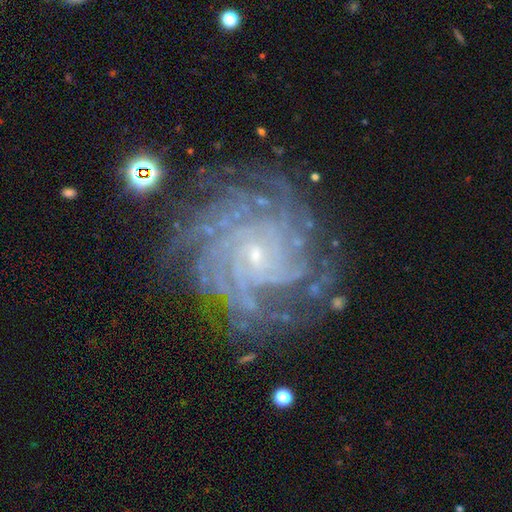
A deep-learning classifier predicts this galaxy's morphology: The model was most divided on "spiral arm count": more than 4: 35%, 4: 20%, can't tell: 19%, 3: 10%, 2: 8%, 1: 8%. More confident: spiral arms — yes (98%); edge-on disk — no (98%); smooth or featured — featured or disk (89%); bulge size — small (84%); spiral winding — tight (78%); merging — none (76%); bar — no (68%).